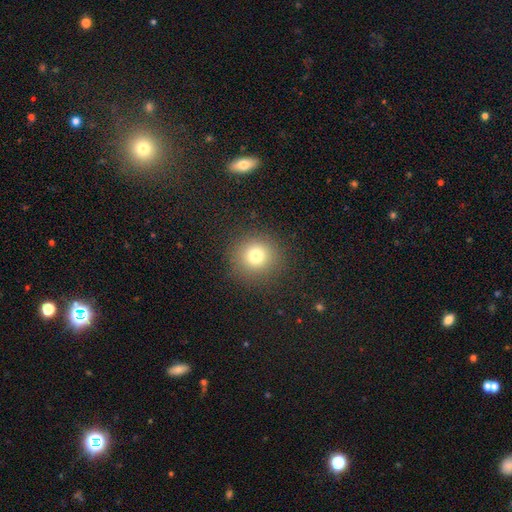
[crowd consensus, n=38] smooth-or-featured: smooth: 74% | featured or disk: 13% | star or artifact: 13%
  how-rounded: round: 100% | in between: 0% | cigar-shaped: 0%
  merging: none: 88% | minor disturbance: 9% | major disturbance: 3% | merger: 0%